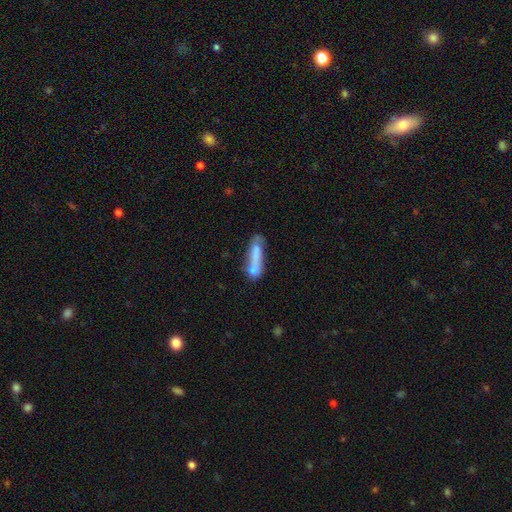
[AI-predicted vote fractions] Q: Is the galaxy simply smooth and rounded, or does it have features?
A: smooth — 69%.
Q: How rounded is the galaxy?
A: cigar-shaped — 74%.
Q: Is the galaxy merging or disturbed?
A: none — 40%.